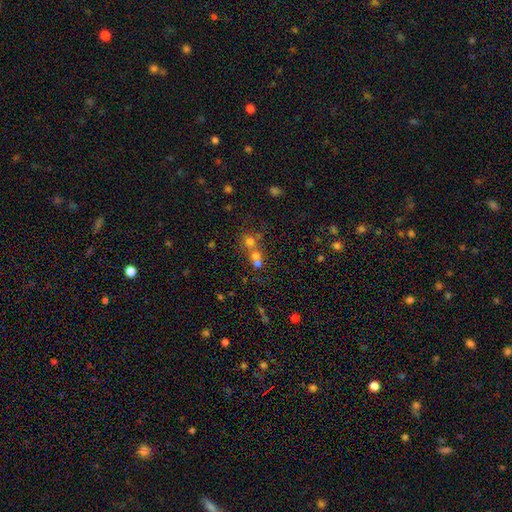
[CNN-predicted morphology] This is possibly a smooth galaxy (59%). How rounded: clearly round (82%). Merging: possibly merger (53%).